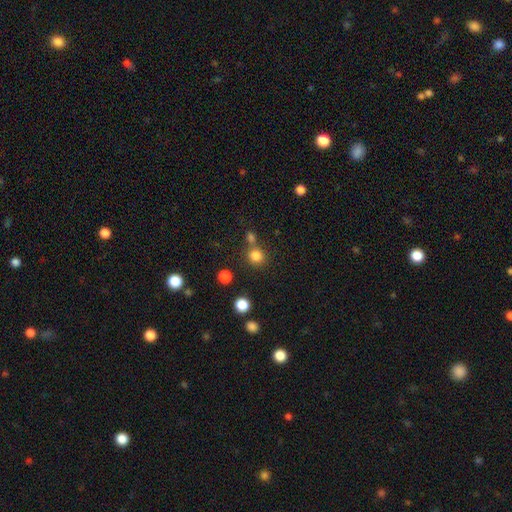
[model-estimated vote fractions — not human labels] Smooth or featured? smooth (81%)
How rounded? round (88%)
Merging? none (68%)